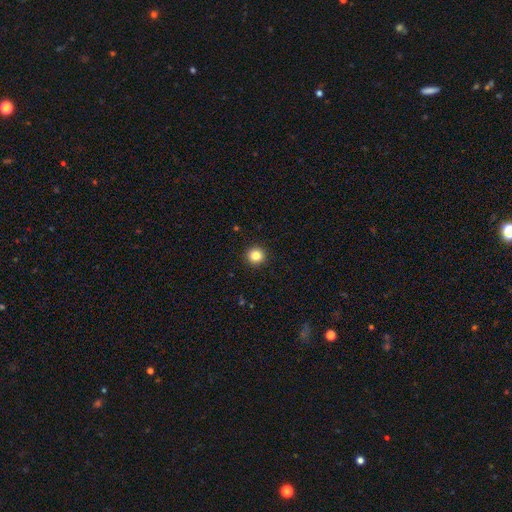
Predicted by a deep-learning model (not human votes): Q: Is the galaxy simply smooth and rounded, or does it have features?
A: smooth — 85%.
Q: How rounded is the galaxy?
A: round — 95%.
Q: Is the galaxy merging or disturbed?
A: none — 93%.